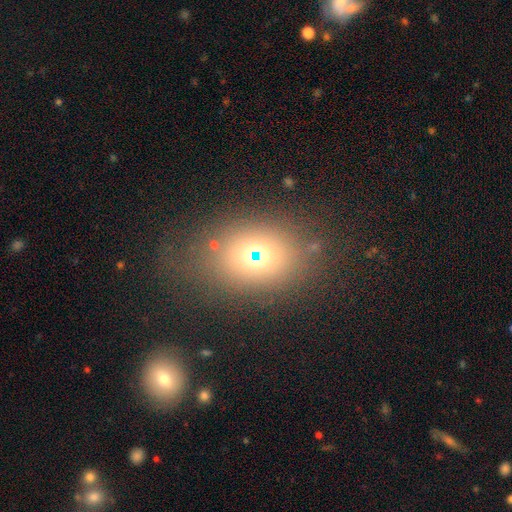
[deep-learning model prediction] The model was most divided on "how rounded": in between: 62%, round: 36%, cigar-shaped: 2%. More confident: merging — none (74%); smooth or featured — smooth (58%).